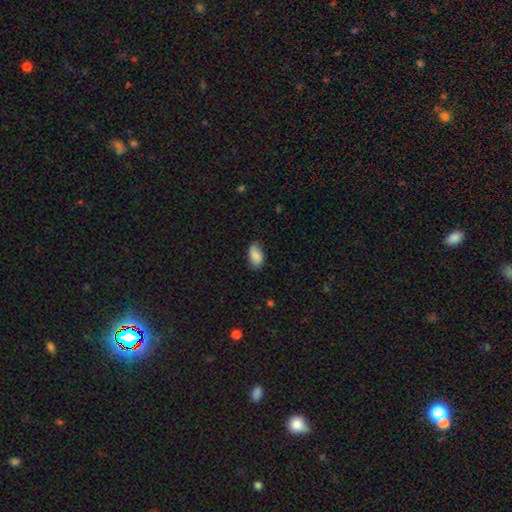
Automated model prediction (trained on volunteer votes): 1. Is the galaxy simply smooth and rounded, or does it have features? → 83% smooth, 10% featured or disk, 7% star or artifact.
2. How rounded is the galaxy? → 93% in between, 5% round, 2% cigar-shaped.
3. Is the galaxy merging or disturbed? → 70% none, 25% minor disturbance, 4% major disturbance, 1% merger.